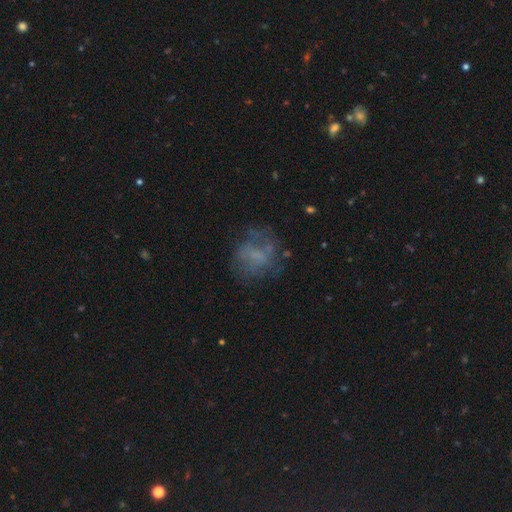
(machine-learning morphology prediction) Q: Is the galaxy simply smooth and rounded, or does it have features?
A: featured or disk — 46%.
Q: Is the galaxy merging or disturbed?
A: none — 56%.